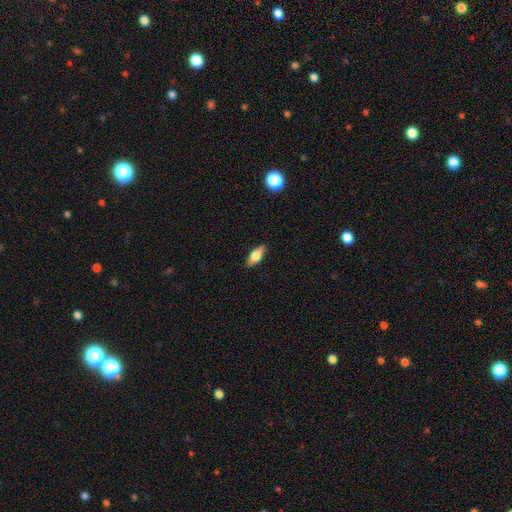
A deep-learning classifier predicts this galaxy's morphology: A smooth galaxy with no disk features (57%) that is in between round and cigar-shaped (74%).

Vote fractions:
- Smooth or featured? smooth: 57% / featured or disk: 36% / star or artifact: 7%
- How rounded? in between: 74% / cigar-shaped: 22% / round: 4%
- Merging? none: 88% / minor disturbance: 9% / major disturbance: 2% / merger: 1%